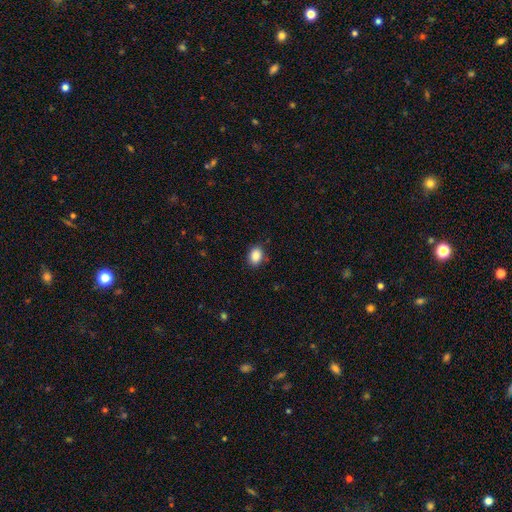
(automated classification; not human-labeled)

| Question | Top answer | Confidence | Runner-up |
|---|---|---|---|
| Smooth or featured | smooth | 88% | star or artifact (8%) |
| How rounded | in between | 70% | round (29%) |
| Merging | none | 85% | minor disturbance (12%) |